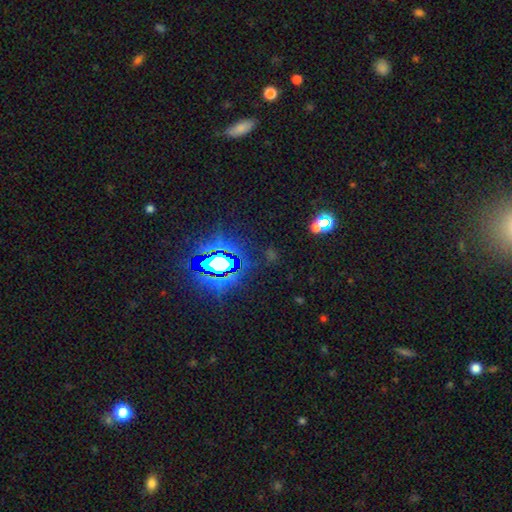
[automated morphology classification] This is likely a star or artifact rather than a galaxy (77%).